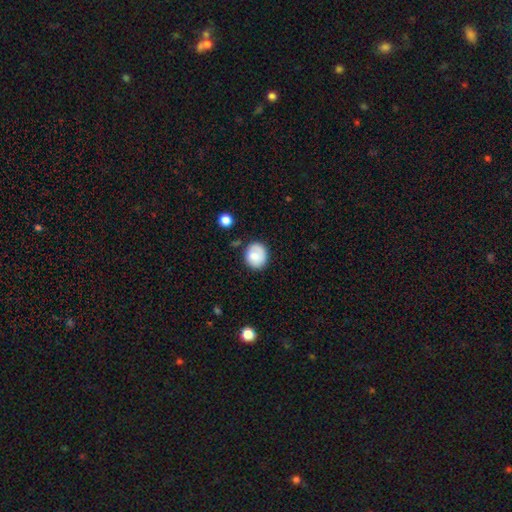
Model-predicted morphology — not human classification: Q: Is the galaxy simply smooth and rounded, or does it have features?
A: smooth — 78%.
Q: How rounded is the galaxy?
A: round — 74%.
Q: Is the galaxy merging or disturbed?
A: none — 76%.